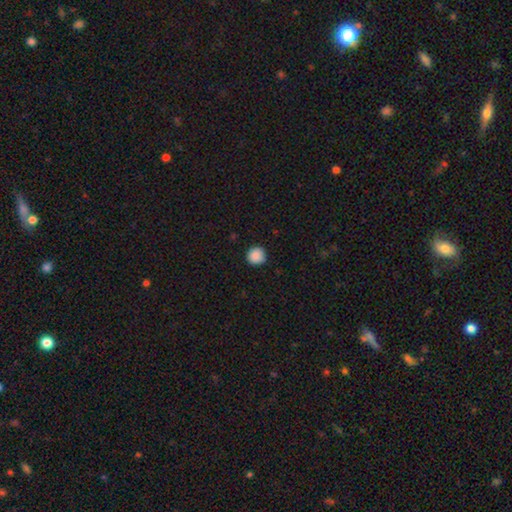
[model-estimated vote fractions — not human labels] Smooth or featured: smooth — 88% (star or artifact — 9%)
How rounded: round — 94% (in between — 5%)
Merging: none — 88% (minor disturbance — 9%)